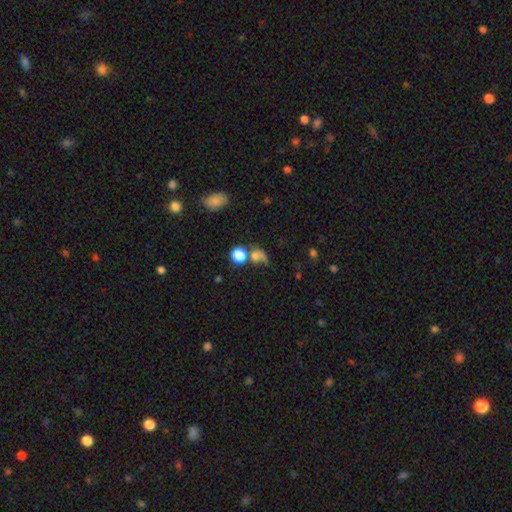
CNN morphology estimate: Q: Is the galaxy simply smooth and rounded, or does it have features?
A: smooth — 58%.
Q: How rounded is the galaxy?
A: round — 69%.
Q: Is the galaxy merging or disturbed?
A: none — 33%.